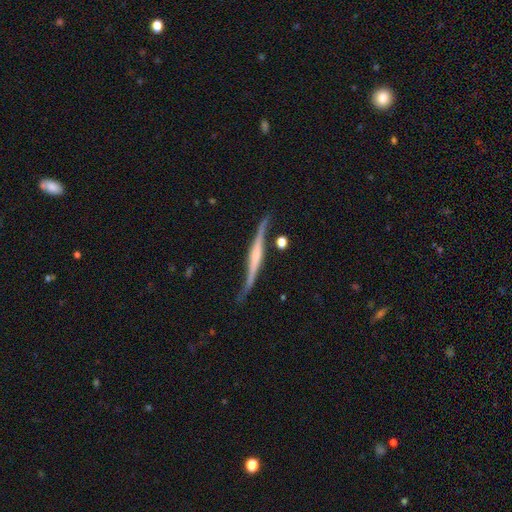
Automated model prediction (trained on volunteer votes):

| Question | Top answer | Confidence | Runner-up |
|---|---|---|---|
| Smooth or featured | featured or disk | 79% | smooth (16%) |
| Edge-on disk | yes | 90% | no (10%) |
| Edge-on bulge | rounded | 49% | none (26%) |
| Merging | none | 66% | minor disturbance (23%) |